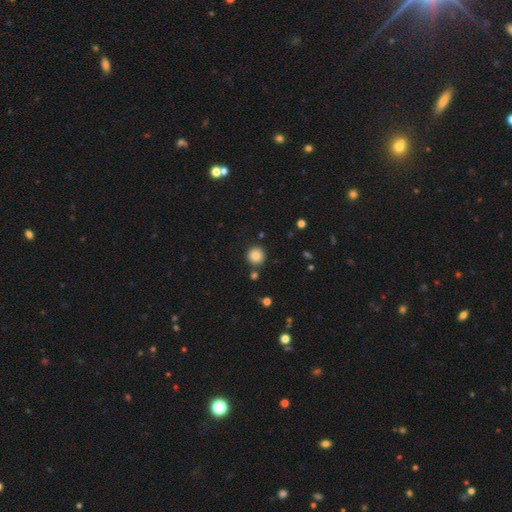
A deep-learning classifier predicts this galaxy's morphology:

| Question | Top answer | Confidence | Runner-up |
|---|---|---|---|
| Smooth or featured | smooth | 86% | star or artifact (10%) |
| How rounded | round | 94% | in between (5%) |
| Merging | none | 86% | minor disturbance (8%) |